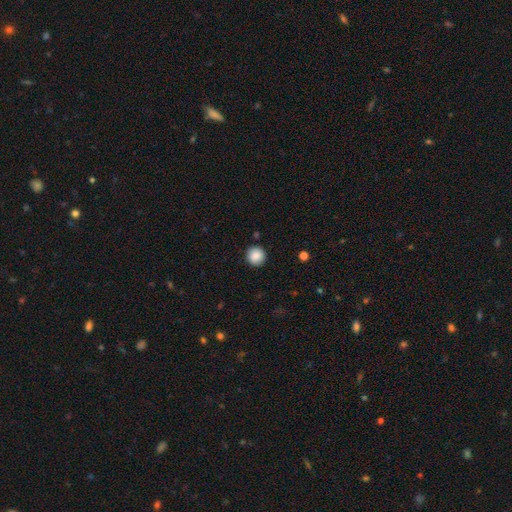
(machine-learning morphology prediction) A smooth galaxy with no disk features (87%) that is round (94%).

Vote fractions:
- Smooth or featured? smooth: 87% / star or artifact: 8% / featured or disk: 4%
- How rounded? round: 94% / in between: 5% / cigar-shaped: 1%
- Merging? none: 91% / minor disturbance: 6% / major disturbance: 2% / merger: 1%